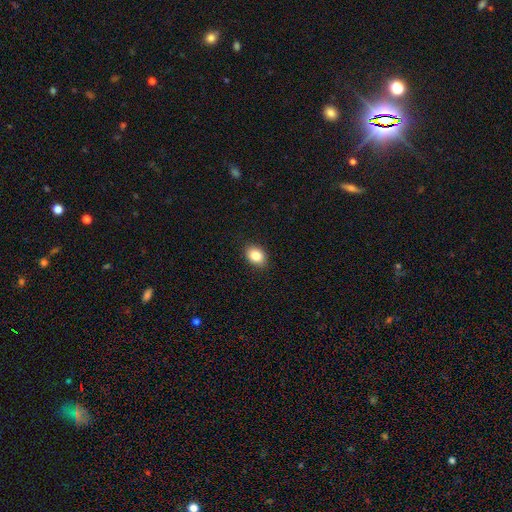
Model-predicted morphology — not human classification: smooth 85%, star or artifact 9%, featured or disk 7%. Down the decision tree: how rounded — in between (72%); merging — none (89%).